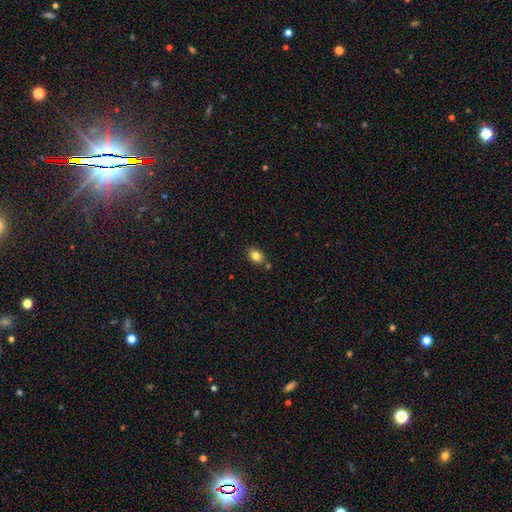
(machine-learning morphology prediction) The model was most divided on "how rounded": in between: 74%, round: 25%, cigar-shaped: 1%. More confident: smooth or featured — smooth (83%); merging — none (77%).